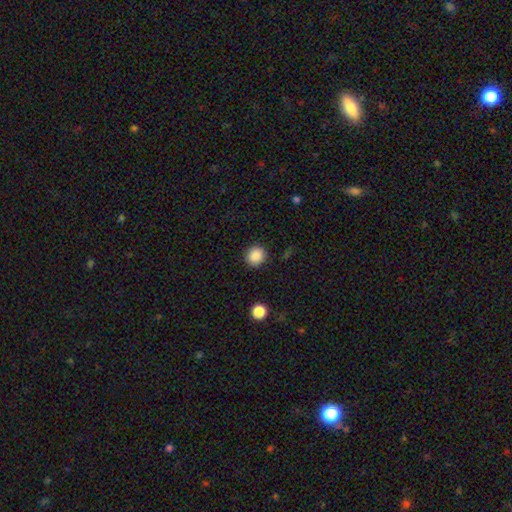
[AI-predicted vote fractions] Q: Smooth or featured?
A: smooth (87%); runner-up: star or artifact (10%)
Q: How rounded?
A: round (91%); runner-up: in between (8%)
Q: Merging?
A: none (90%); runner-up: minor disturbance (6%)